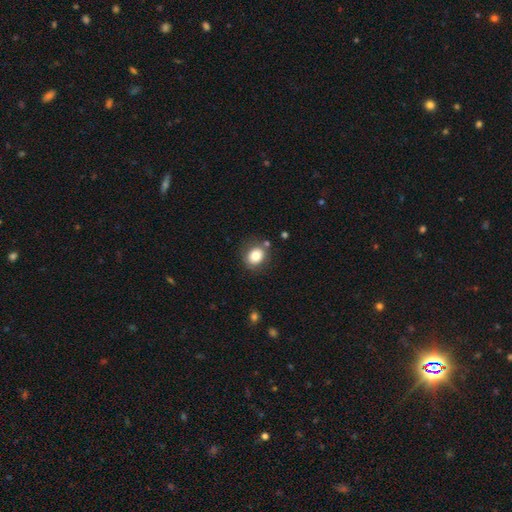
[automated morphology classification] The model was most divided on "how rounded": round: 59%, in between: 40%, cigar-shaped: 1%. More confident: smooth or featured — smooth (81%); merging — none (76%).